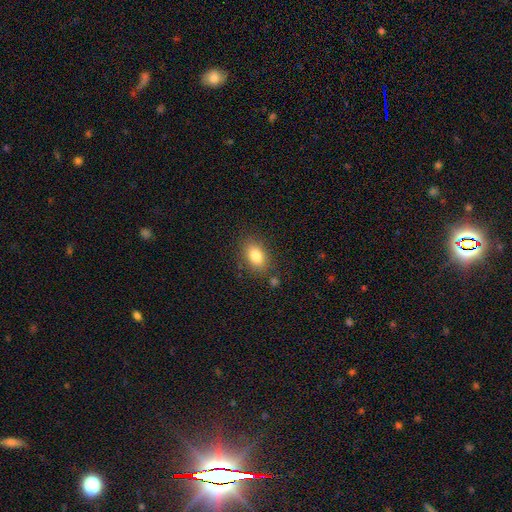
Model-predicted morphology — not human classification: Smooth or featured: smooth — 83% (featured or disk — 9%)
How rounded: in between — 84% (round — 14%)
Merging: none — 80% (minor disturbance — 12%)